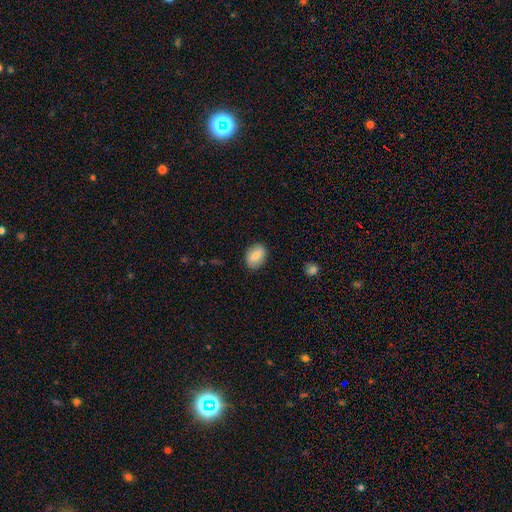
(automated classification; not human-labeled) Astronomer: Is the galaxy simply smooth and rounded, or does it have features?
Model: smooth — 78%.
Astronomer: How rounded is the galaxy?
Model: in between — 75%.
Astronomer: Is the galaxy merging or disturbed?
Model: none — 86%.